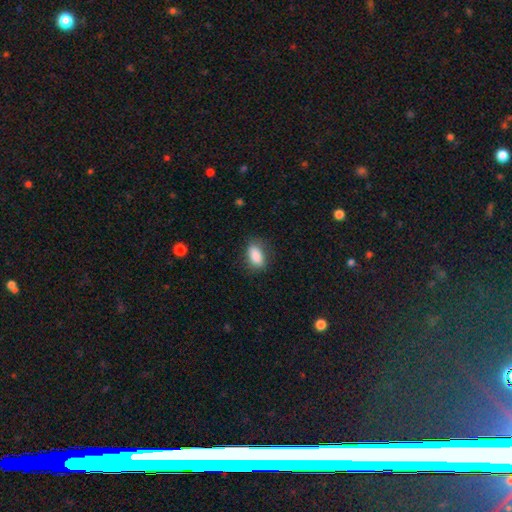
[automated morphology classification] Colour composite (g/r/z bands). It shows a smooth galaxy with no disk features (88%) that is in between round and cigar-shaped (89%). Merging: none (79%).